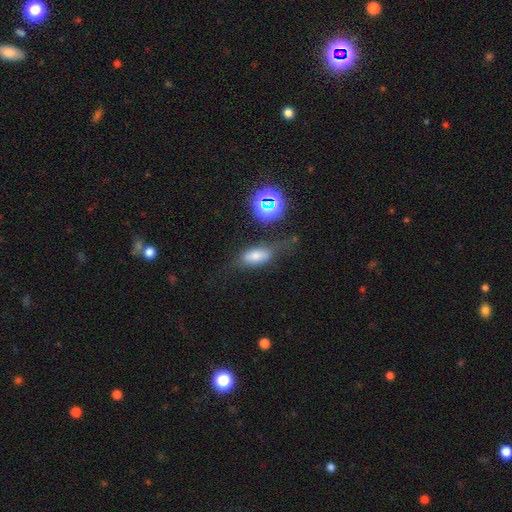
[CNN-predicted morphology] A smooth galaxy with no disk features (63%) that is in between round and cigar-shaped (77%). Merging: none (52%).